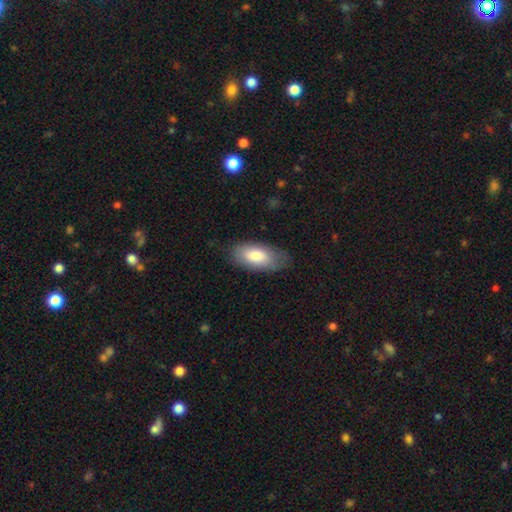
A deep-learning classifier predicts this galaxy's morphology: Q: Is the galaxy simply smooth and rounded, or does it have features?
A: smooth — 81%.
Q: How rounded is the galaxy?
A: in between — 92%.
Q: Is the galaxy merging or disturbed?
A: none — 77%.